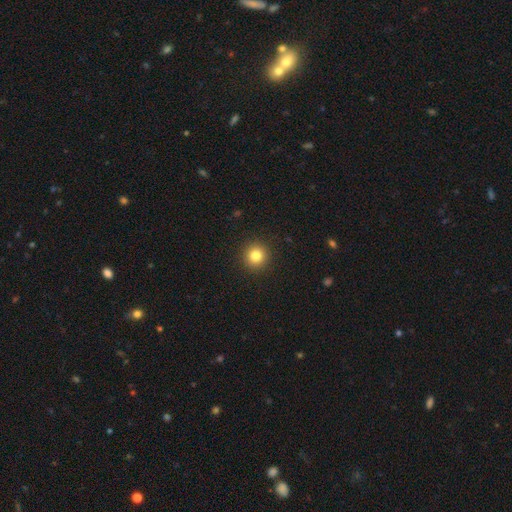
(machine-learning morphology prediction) Smooth or featured? smooth (82%)
How rounded? round (95%)
Merging? none (92%)